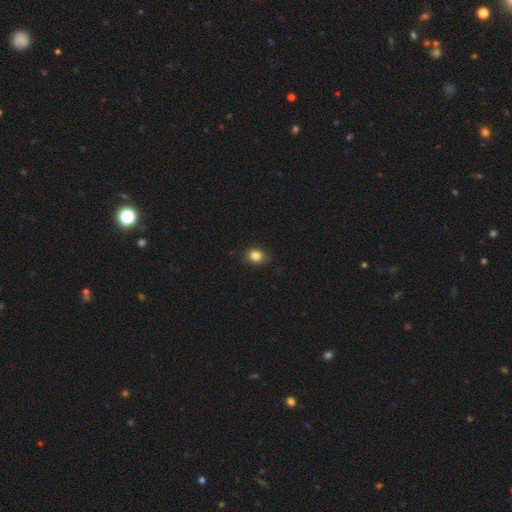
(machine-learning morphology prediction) Smooth or featured? Predicted: smooth (p=0.84). How rounded? Predicted: round (p=0.61). Merging? Predicted: none (p=0.84).